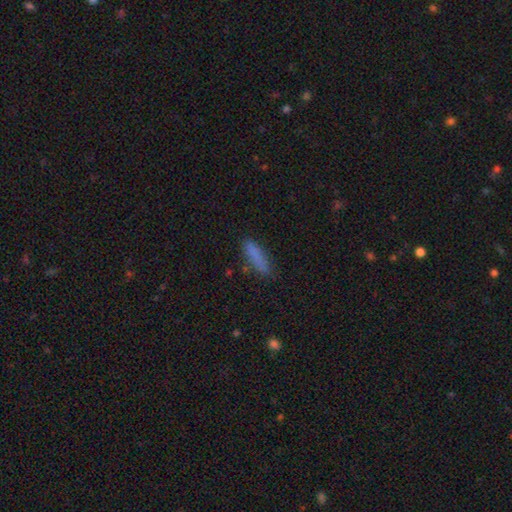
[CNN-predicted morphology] Smooth or featured? Predicted: smooth (p=0.84). How rounded? Predicted: cigar-shaped (p=0.74). Merging? Predicted: none (p=0.80).